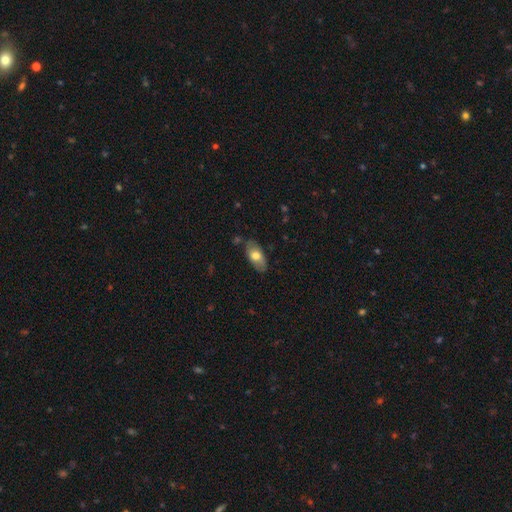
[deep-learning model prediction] A smooth galaxy with no disk features (68%) that is in between round and cigar-shaped (91%). Merging: none (78%).